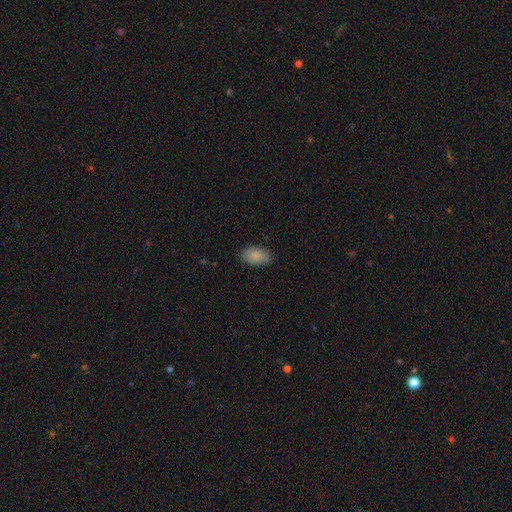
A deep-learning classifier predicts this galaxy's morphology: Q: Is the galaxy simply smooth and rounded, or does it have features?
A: smooth — 87%.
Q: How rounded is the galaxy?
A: in between — 92%.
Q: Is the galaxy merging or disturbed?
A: none — 81%.